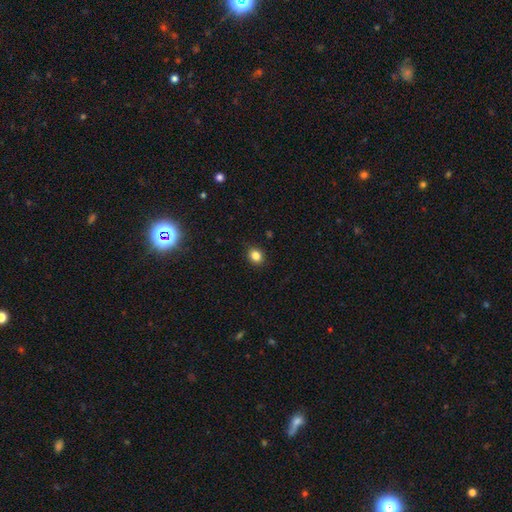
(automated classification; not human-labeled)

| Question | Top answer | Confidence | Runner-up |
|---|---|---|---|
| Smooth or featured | smooth | 84% | star or artifact (11%) |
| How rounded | round | 59% | in between (40%) |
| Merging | none | 87% | minor disturbance (10%) |